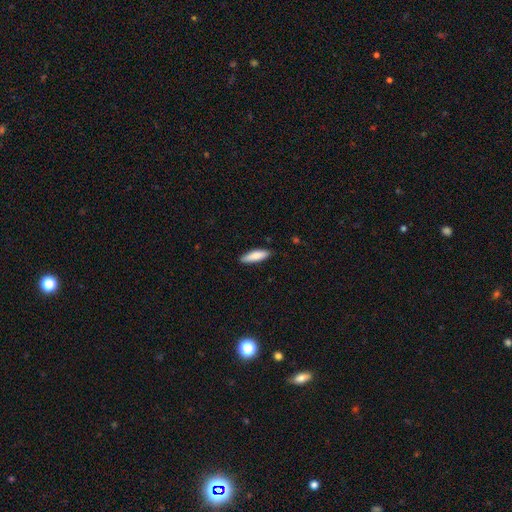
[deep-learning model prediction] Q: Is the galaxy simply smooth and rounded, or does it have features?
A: smooth — 84%.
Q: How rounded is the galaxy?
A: cigar-shaped — 59%.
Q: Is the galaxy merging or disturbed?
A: none — 88%.